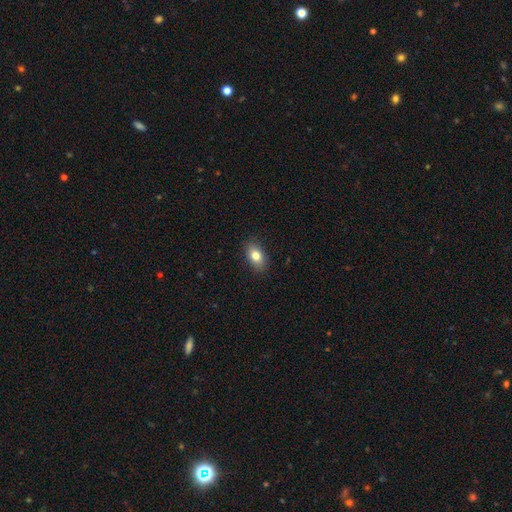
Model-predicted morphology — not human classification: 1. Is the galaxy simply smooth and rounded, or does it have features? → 80% smooth, 12% featured or disk, 8% star or artifact.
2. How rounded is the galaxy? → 87% in between, 10% round, 3% cigar-shaped.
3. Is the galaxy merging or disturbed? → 88% none, 9% minor disturbance, 2% major disturbance, 1% merger.